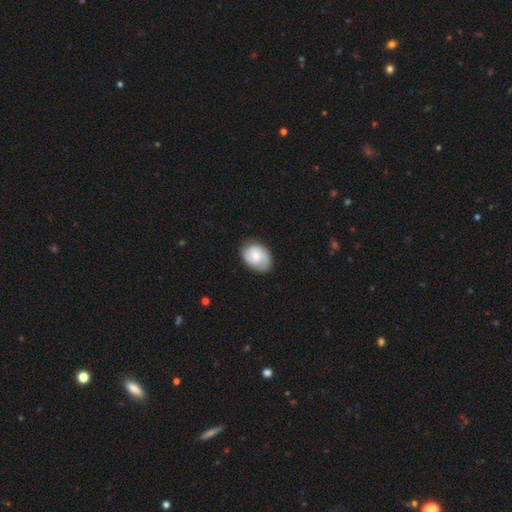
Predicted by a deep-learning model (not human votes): Q: Smooth or featured?
A: smooth (58%); runner-up: featured or disk (35%)
Q: How rounded?
A: in between (67%); runner-up: round (32%)
Q: Merging?
A: none (73%); runner-up: minor disturbance (21%)